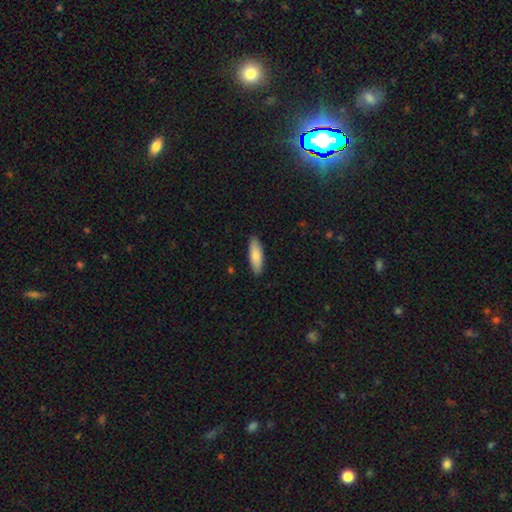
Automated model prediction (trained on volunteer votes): A smooth galaxy with no disk features (82%) that is in between round and cigar-shaped (54%).

Vote fractions:
- Smooth or featured? smooth: 82% / featured or disk: 12% / star or artifact: 5%
- How rounded? in between: 54% / cigar-shaped: 44% / round: 2%
- Merging? none: 89% / minor disturbance: 8% / major disturbance: 2% / merger: 1%